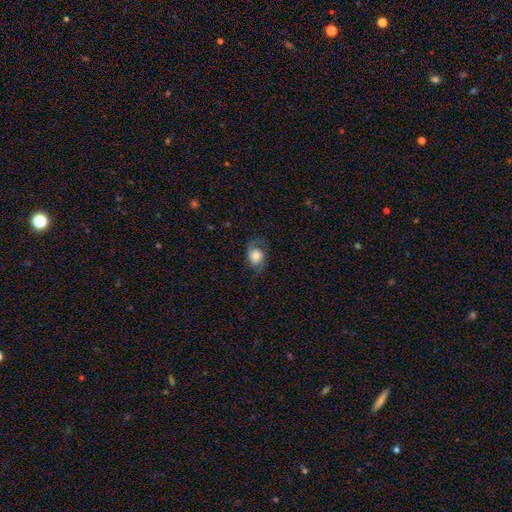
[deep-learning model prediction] smooth 47%, featured or disk 44%, star or artifact 9%. Down the decision tree: merging — none (63%).